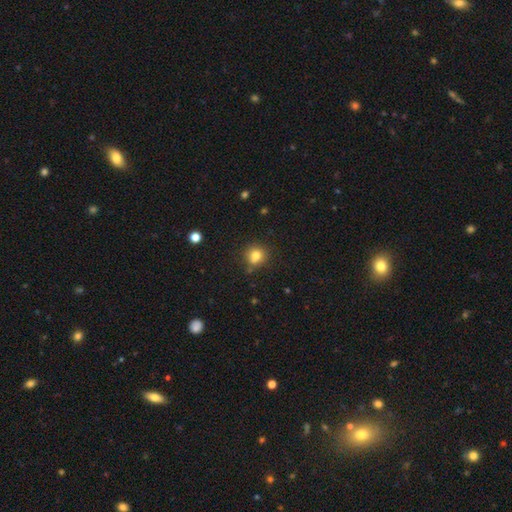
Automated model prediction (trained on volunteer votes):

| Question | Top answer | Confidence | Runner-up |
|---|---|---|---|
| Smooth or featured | smooth | 80% | star or artifact (13%) |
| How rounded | round | 83% | in between (16%) |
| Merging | none | 73% | minor disturbance (15%) |